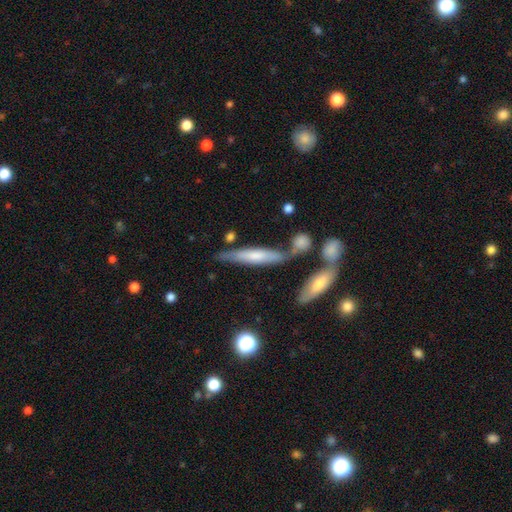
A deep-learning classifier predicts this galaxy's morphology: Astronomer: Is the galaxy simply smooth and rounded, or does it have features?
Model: smooth — 52% (runner-up: featured or disk, 42%).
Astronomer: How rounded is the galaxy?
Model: cigar-shaped — 85%.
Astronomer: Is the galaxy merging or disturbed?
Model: none — 63%.